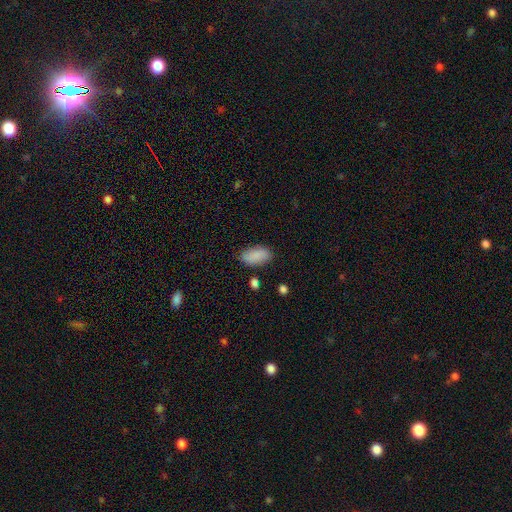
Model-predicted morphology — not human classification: Smooth or featured? smooth (88%)
How rounded? in between (93%)
Merging? none (82%)